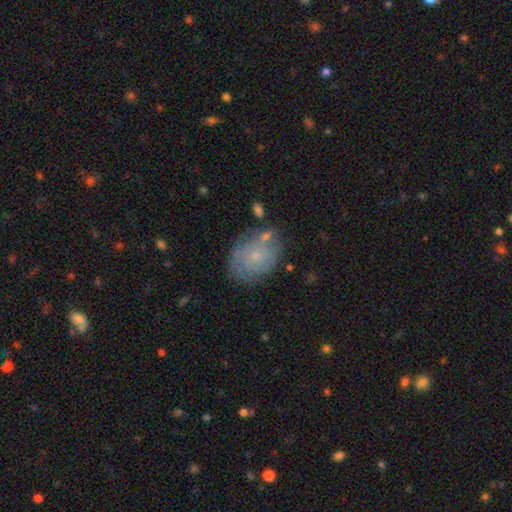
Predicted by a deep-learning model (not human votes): Smooth or featured: smooth — 47% (featured or disk — 41%)
Merging: none — 67% (minor disturbance — 20%)